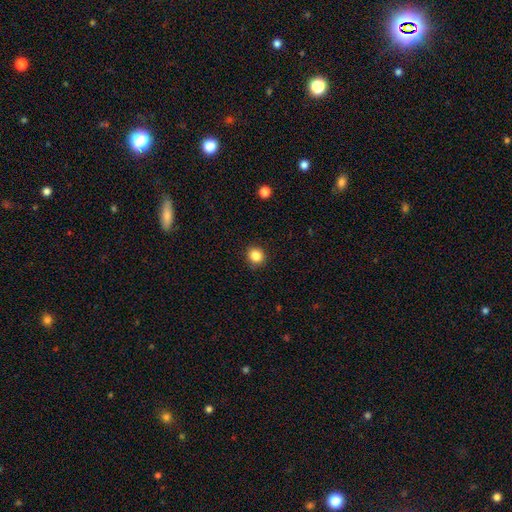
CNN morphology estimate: smooth-or-featured: smooth: 85% | star or artifact: 11% | featured or disk: 4%
  how-rounded: round: 90% | in between: 9% | cigar-shaped: 1%
  merging: none: 91% | minor disturbance: 7% | major disturbance: 2% | merger: 1%